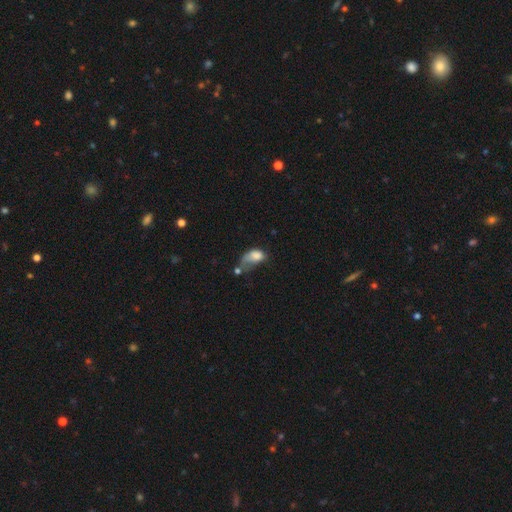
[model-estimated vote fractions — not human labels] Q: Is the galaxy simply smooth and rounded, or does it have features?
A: smooth — 71%.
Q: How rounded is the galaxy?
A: in between — 84%.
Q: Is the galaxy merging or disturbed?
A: major disturbance — 45%.